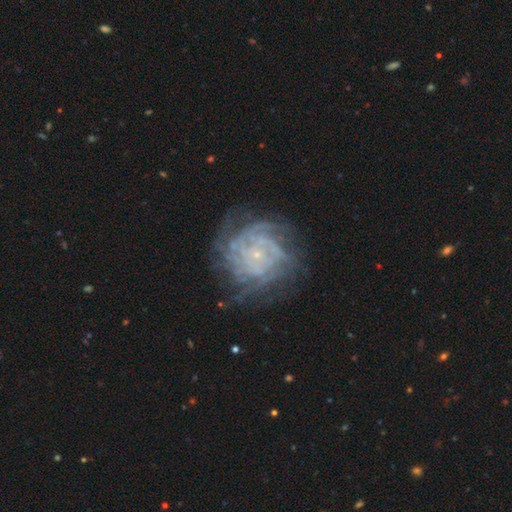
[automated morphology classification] A featured or disk galaxy (79%) with no bar (75%), tight (77%) spiral arms (93%) and a small central bulge (84%).

Vote fractions:
- Smooth or featured? featured or disk: 79% / star or artifact: 11% / smooth: 10%
- Edge-on disk? no: 97% / yes: 3%
- Bar? no: 75% / weak: 19% / strong: 6%
- Spiral arms? yes: 93% / no: 7%
- Spiral winding? tight: 77% / medium: 18% / loose: 5%
- Spiral arm count? can't tell: 38% / more than 4: 18% / 4: 16% / 3: 11% / 2: 10% / 1: 8%
- Bulge size? small: 84% / moderate: 8% / none: 5% / large: 1% / dominant: 1%
- Merging? none: 75% / minor disturbance: 14% / major disturbance: 8% / merger: 2%